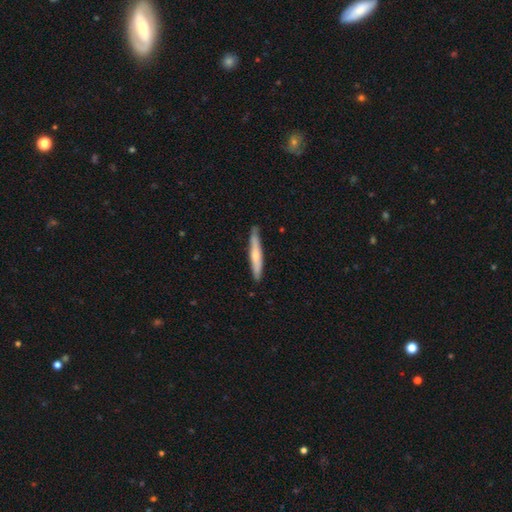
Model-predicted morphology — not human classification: This is possibly a smooth galaxy (58%). How rounded: clearly cigar-shaped (93%). Merging: clearly none (85%).